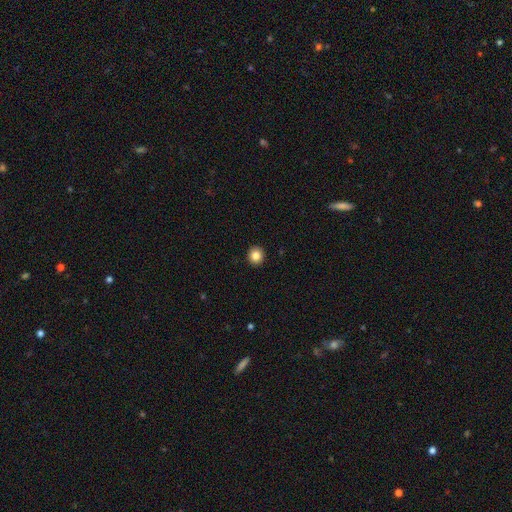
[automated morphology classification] Q: Smooth or featured?
A: smooth (85%); runner-up: star or artifact (10%)
Q: How rounded?
A: round (90%); runner-up: in between (9%)
Q: Merging?
A: none (93%); runner-up: minor disturbance (4%)